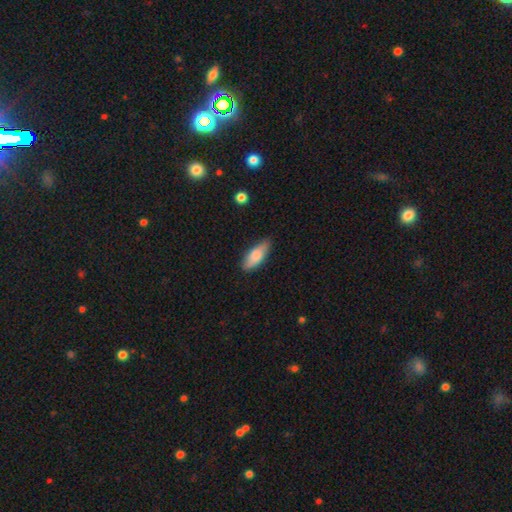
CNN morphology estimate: The model was most divided on "merging": none: 72%, minor disturbance: 23%, major disturbance: 3%, merger: 1%. More confident: smooth or featured — smooth (80%); how rounded — in between (76%).